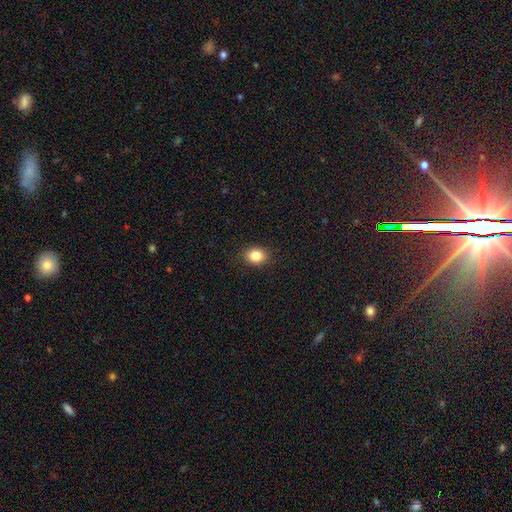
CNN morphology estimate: This is clearly a smooth galaxy (85%). How rounded: possibly in between (52%). Merging: clearly none (89%).